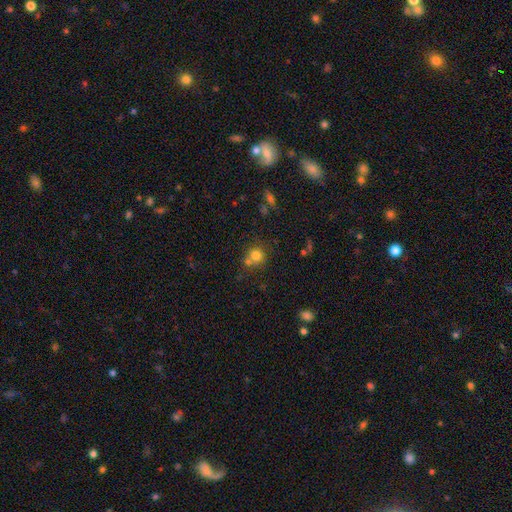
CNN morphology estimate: Overall: smooth (76%). How rounded: round (86%). Merging: none (53%; merger 32%).